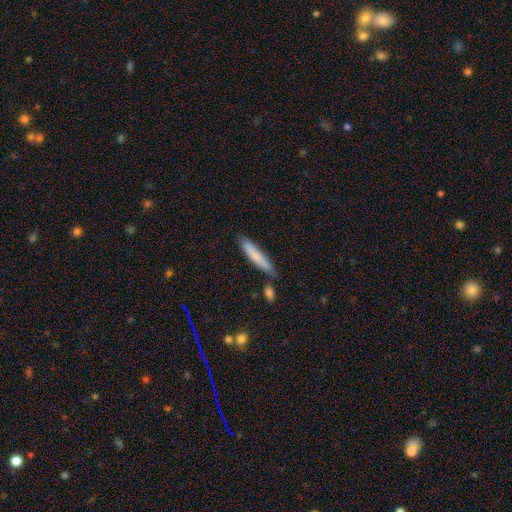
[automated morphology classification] The model was most divided on "merging": none: 74%, minor disturbance: 17%, merger: 7%, major disturbance: 3%. More confident: how rounded — cigar-shaped (90%); smooth or featured — smooth (76%).